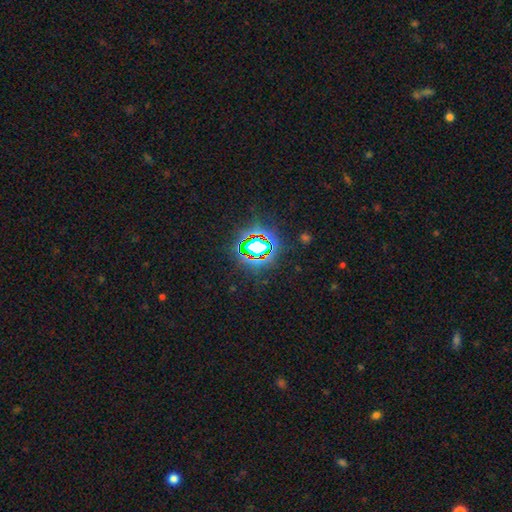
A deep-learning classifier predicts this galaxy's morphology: Smooth or featured? Predicted: star or artifact (p=0.82).